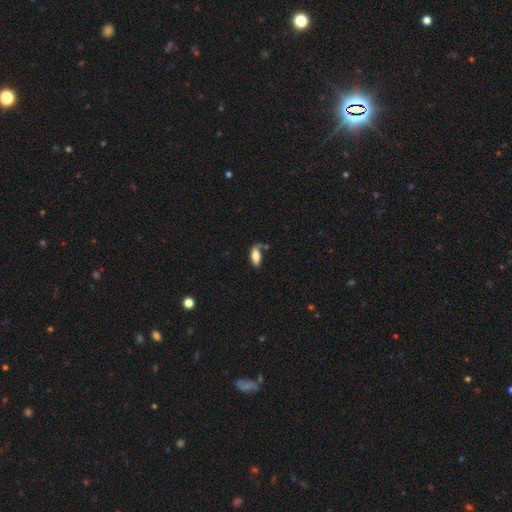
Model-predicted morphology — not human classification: type=smooth (77%); roundness=in between (84%); merging=none (58%).